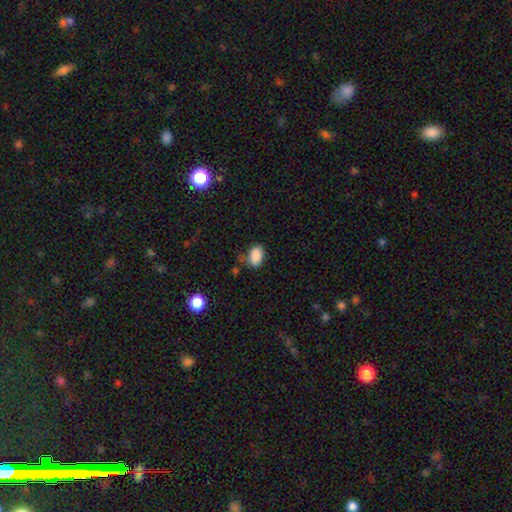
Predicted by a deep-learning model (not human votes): Smooth or featured?
  - smooth: 88% *
  - star or artifact: 9%
  - featured or disk: 4%
How rounded?
  - in between: 87% *
  - round: 11%
  - cigar-shaped: 1%
Merging?
  - none: 70% *
  - minor disturbance: 20%
  - major disturbance: 6%
  - merger: 4%